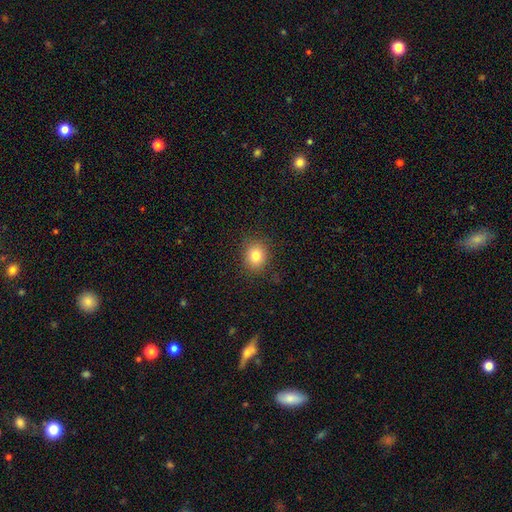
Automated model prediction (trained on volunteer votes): Smooth or featured? smooth (80%)
How rounded? round (71%)
Merging? none (87%)